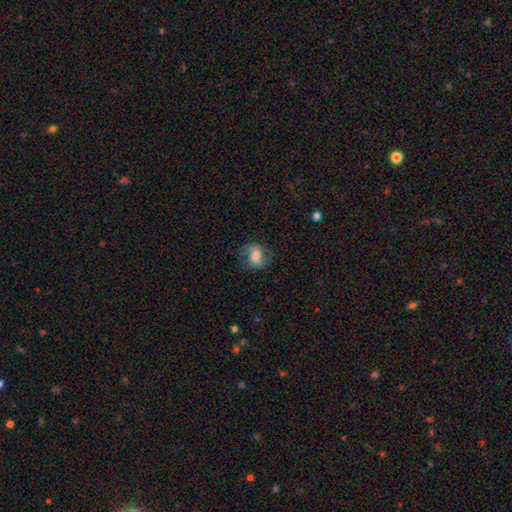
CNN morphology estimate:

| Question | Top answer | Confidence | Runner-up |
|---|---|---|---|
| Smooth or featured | smooth | 46% | featured or disk (45%) |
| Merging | none | 71% | minor disturbance (19%) |